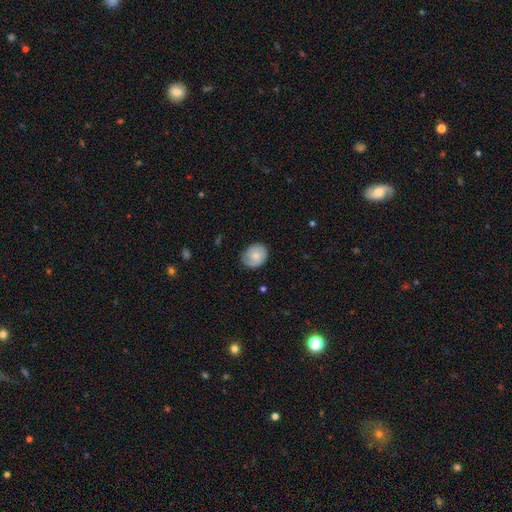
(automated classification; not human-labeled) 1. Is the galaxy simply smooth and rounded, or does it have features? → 65% smooth, 28% featured or disk, 7% star or artifact.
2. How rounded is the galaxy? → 64% round, 35% in between, 1% cigar-shaped.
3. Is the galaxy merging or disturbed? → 75% none, 20% minor disturbance, 4% major disturbance, 1% merger.